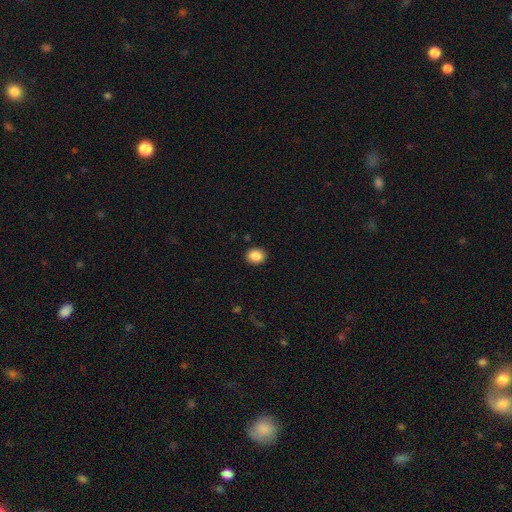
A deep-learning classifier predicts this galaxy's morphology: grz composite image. It shows a smooth galaxy with no disk features (87%) that is round (61%). Merging: none (90%).